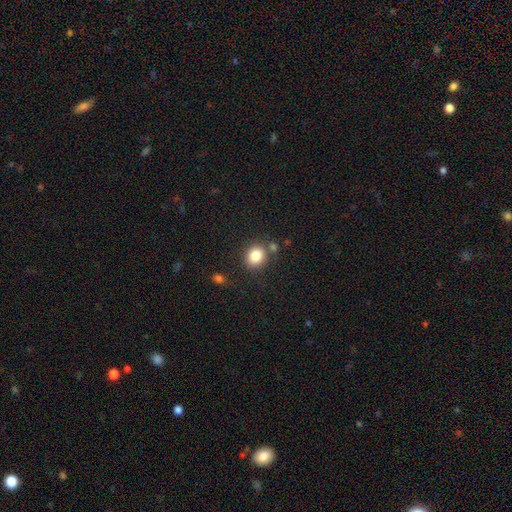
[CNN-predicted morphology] A smooth galaxy with no disk features (84%) that is round (72%).

Vote fractions:
- Smooth or featured? smooth: 84% / star or artifact: 10% / featured or disk: 6%
- How rounded? round: 72% / in between: 27% / cigar-shaped: 1%
- Merging? none: 77% / minor disturbance: 11% / merger: 9% / major disturbance: 3%